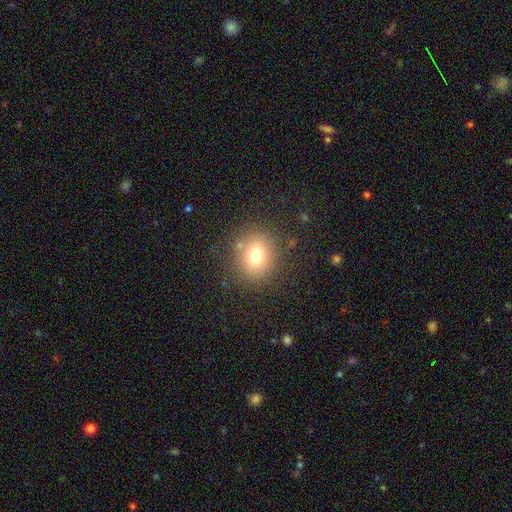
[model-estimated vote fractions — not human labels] A smooth galaxy with no disk features (74%) that is round (77%). Merging: none (82%).